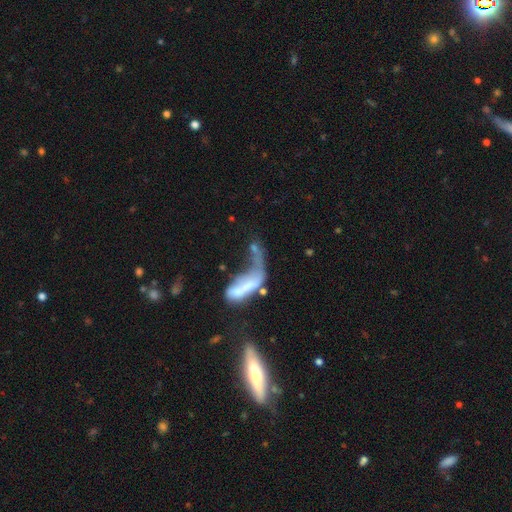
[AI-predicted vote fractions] Smooth or featured? featured or disk (48%)
Merging? major disturbance (41%)